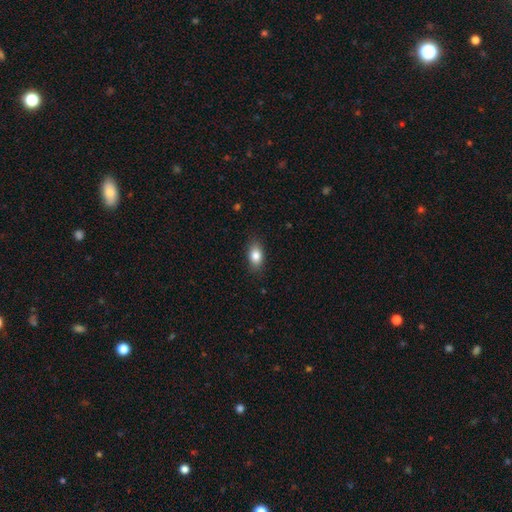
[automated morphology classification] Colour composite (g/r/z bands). It shows a smooth galaxy with no disk features (83%) that is in between round and cigar-shaped (86%). Merging: none (85%).